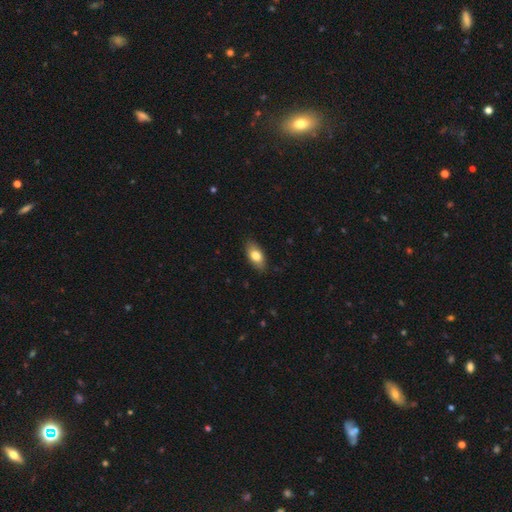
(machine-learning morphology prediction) A smooth galaxy with no disk features (77%) that is in between round and cigar-shaped (89%).

Vote fractions:
- Smooth or featured? smooth: 77% / featured or disk: 16% / star or artifact: 7%
- How rounded? in between: 89% / cigar-shaped: 6% / round: 5%
- Merging? none: 85% / minor disturbance: 12% / major disturbance: 2% / merger: 1%